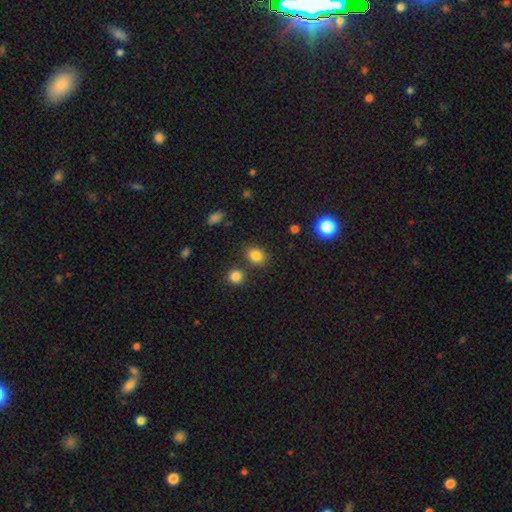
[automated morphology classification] Smooth or featured?
  - smooth: 83% *
  - star or artifact: 12%
  - featured or disk: 5%
How rounded?
  - in between: 53% *
  - round: 46%
  - cigar-shaped: 1%
Merging?
  - none: 79% *
  - minor disturbance: 10%
  - merger: 8%
  - major disturbance: 4%